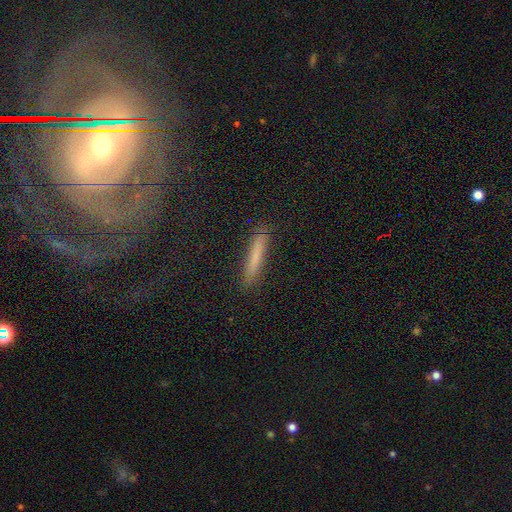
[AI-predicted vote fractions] Smooth or featured? Predicted: smooth (p=0.71). How rounded? Predicted: cigar-shaped (p=0.94). Merging? Predicted: none (p=0.89).